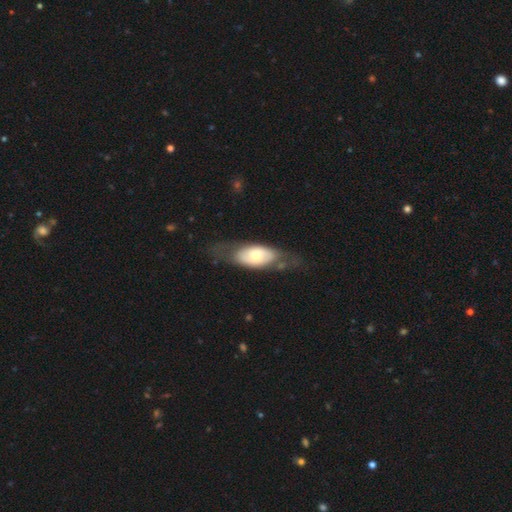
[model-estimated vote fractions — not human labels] The model was most divided on "smooth or featured": smooth: 50%, featured or disk: 45%, star or artifact: 5%. More confident: merging — none (55%).